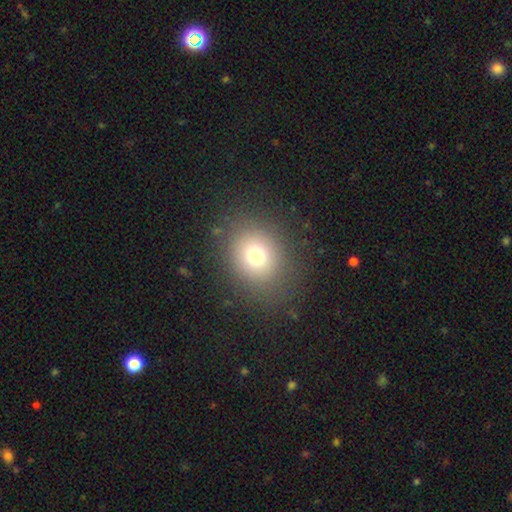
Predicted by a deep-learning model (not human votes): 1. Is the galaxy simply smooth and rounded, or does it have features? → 73% smooth, 16% star or artifact, 11% featured or disk.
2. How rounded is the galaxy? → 65% round, 34% in between, 1% cigar-shaped.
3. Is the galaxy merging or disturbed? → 83% none, 10% minor disturbance, 6% major disturbance, 1% merger.